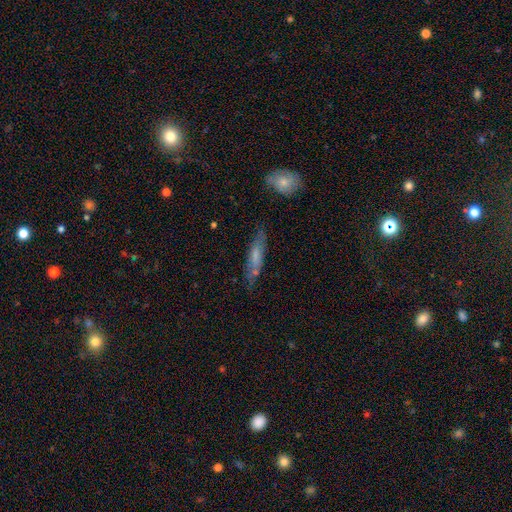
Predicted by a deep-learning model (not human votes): A smooth galaxy with no disk features (60%) that is cigar-shaped (72%). Merging: none (66%).